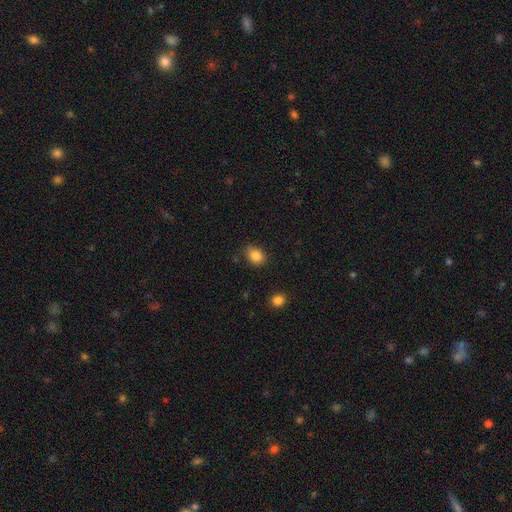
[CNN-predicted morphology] type=smooth (85%); roundness=in between (64%); merging=none (83%).